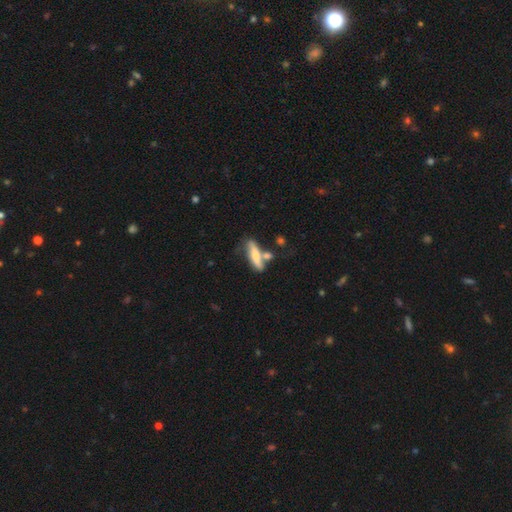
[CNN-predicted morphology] A smooth galaxy with no disk features (51%) that is cigar-shaped (68%).

Vote fractions:
- Smooth or featured? smooth: 51% / featured or disk: 43% / star or artifact: 6%
- How rounded? cigar-shaped: 68% / in between: 29% / round: 3%
- Merging? none: 53% / merger: 22% / minor disturbance: 18% / major disturbance: 7%